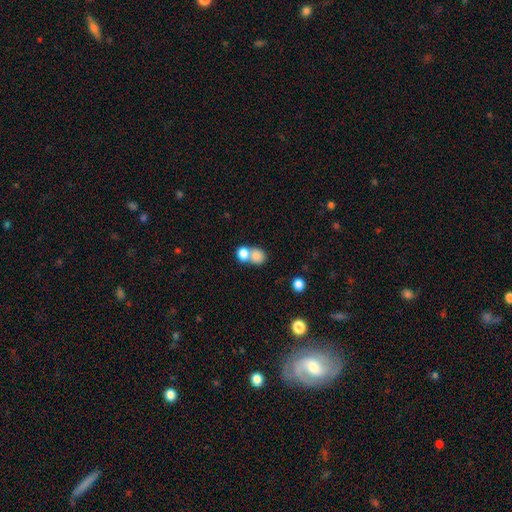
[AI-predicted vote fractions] Morphology: type=smooth (80%); roundness=round (70%); merging=merger (59%).